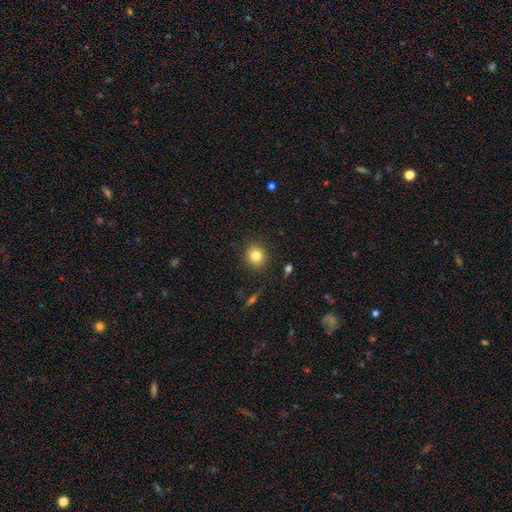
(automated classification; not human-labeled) Smooth or featured? smooth (81%)
How rounded? round (87%)
Merging? none (89%)